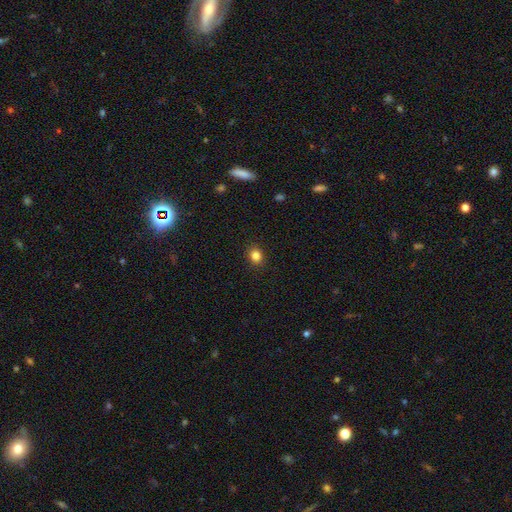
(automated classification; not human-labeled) This is clearly a smooth galaxy (84%). How rounded: likely round (65%). Merging: clearly none (90%).